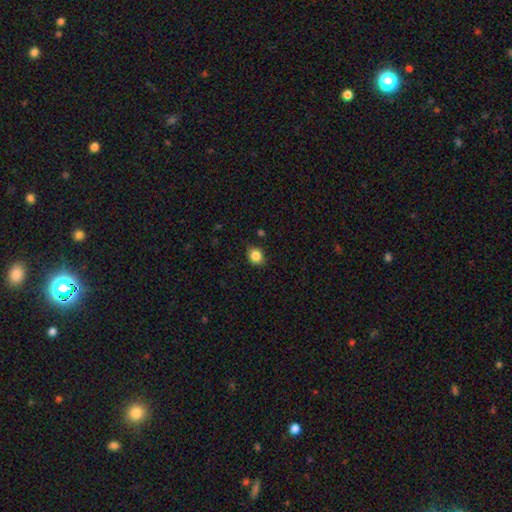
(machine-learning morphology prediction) Smooth or featured: smooth — 84% (star or artifact — 10%)
How rounded: round — 67% (in between — 32%)
Merging: none — 85% (minor disturbance — 11%)